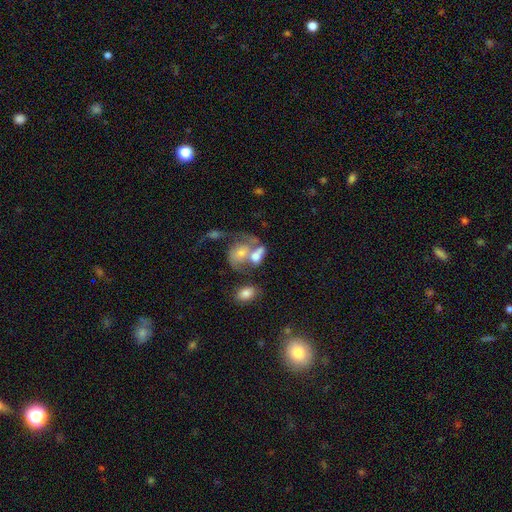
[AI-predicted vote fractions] smooth 49%, featured or disk 41%, star or artifact 10%. Down the decision tree: merging — merger (58%).